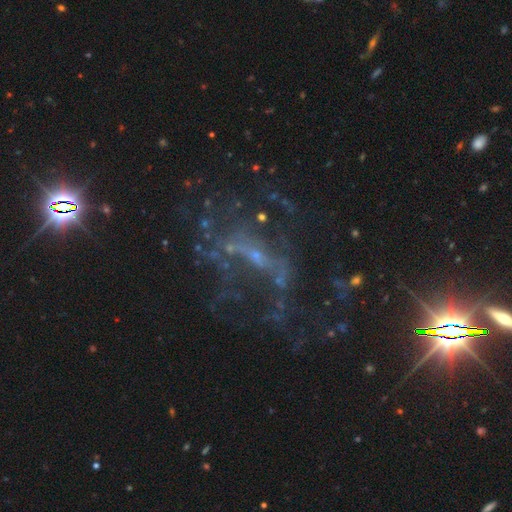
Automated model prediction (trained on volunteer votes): Smooth or featured?
  - featured or disk: 67% *
  - star or artifact: 24%
  - smooth: 9%
Edge-on disk?
  - no: 94% *
  - yes: 6%
Bar?
  - no: 40% *
  - weak: 35%
  - strong: 25%
Spiral arms?
  - yes: 54% *
  - no: 46%
Bulge size?
  - small: 64% *
  - none: 21%
  - moderate: 12%
  - large: 1%
  - dominant: 1%
Merging?
  - none: 46% *
  - major disturbance: 33%
  - minor disturbance: 16%
  - merger: 5%